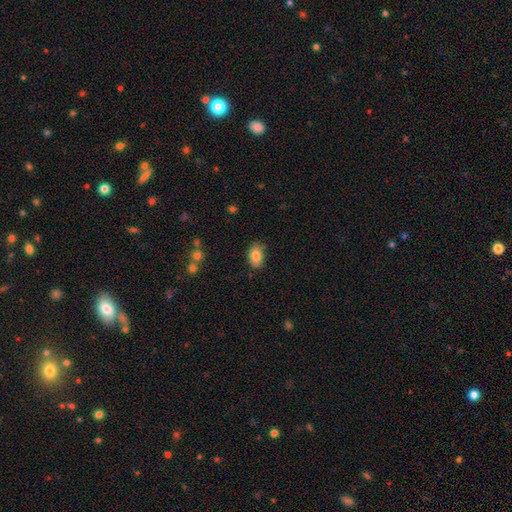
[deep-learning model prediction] A smooth galaxy with no disk features (85%) that is in between round and cigar-shaped (88%). Merging: none (79%).